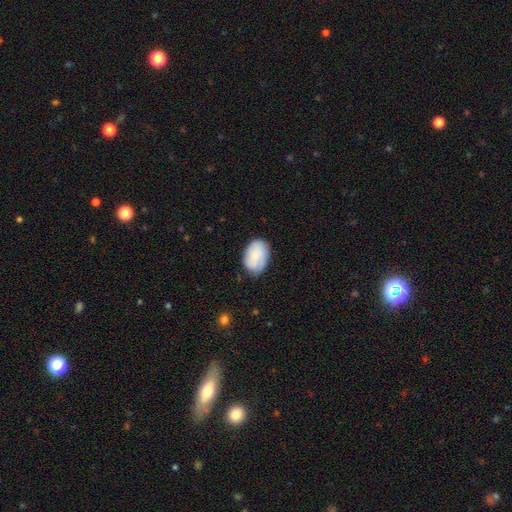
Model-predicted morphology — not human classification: smooth-or-featured: smooth: 77% | featured or disk: 16% | star or artifact: 7%
  how-rounded: in between: 85% | round: 14% | cigar-shaped: 1%
  merging: none: 77% | minor disturbance: 18% | major disturbance: 4% | merger: 1%